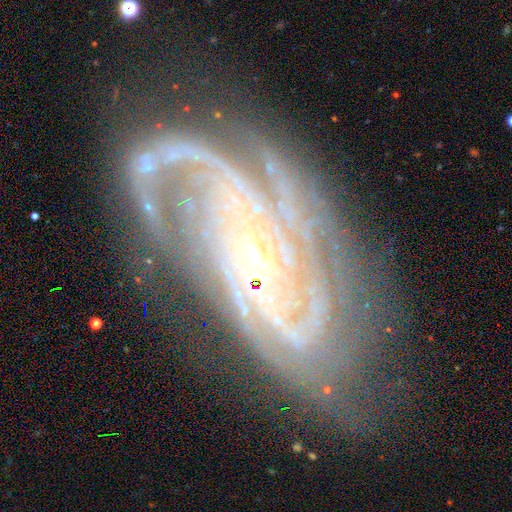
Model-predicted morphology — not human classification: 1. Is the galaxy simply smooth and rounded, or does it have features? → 90% featured or disk, 6% star or artifact, 4% smooth.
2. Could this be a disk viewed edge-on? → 96% no, 4% yes.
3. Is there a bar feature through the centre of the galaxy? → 65% no, 23% weak, 12% strong.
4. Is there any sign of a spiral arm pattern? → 98% yes, 2% no.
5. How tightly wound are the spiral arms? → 56% tight, 36% medium, 8% loose.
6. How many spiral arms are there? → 27% 3, 22% 2, 17% 4, 16% can't tell, 10% more than 4, 8% 1.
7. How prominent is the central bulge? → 82% small, 13% moderate, 2% none, 1% large, 1% dominant.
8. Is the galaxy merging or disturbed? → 66% none, 19% minor disturbance, 12% major disturbance, 3% merger.